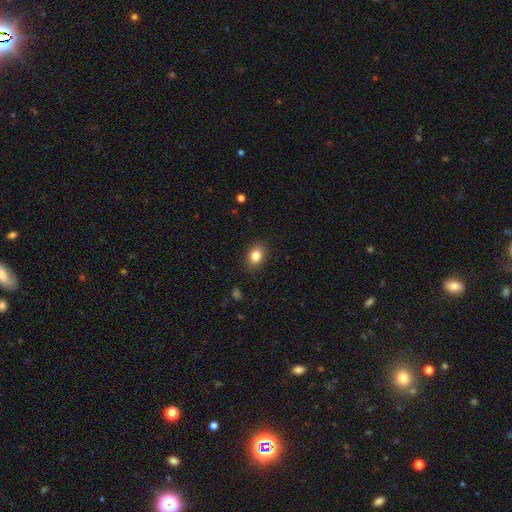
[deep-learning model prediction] Smooth or featured? smooth (84%)
How rounded? in between (70%)
Merging? none (87%)